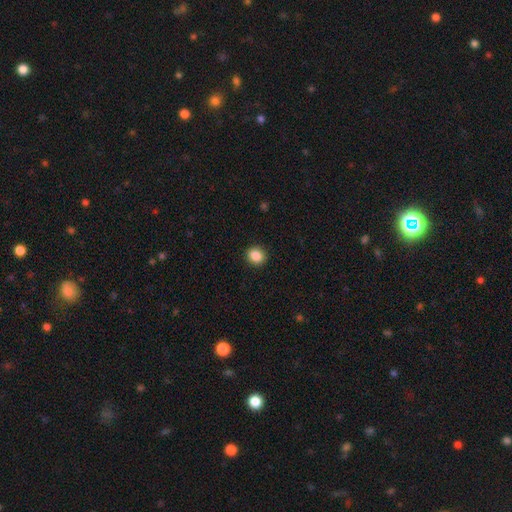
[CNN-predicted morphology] Smooth or featured: smooth — 87% (star or artifact — 9%)
How rounded: round — 73% (in between — 26%)
Merging: none — 91% (minor disturbance — 6%)